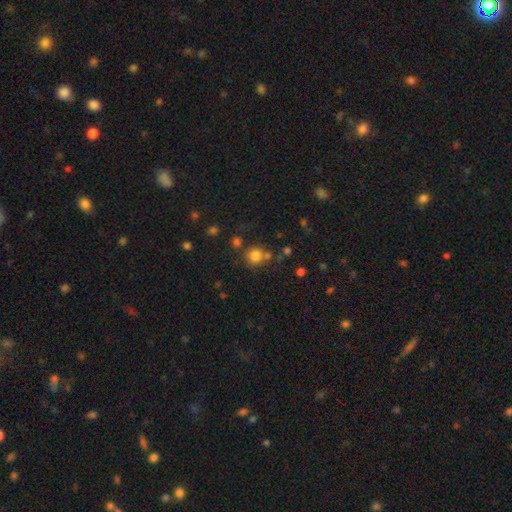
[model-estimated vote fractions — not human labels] A smooth galaxy with no disk features (80%) that is round (89%). Merging: none (67%).